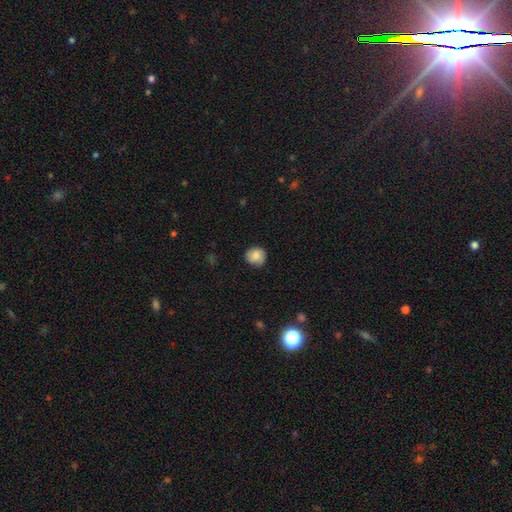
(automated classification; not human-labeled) Smooth or featured? smooth (77%)
How rounded? round (84%)
Merging? none (80%)